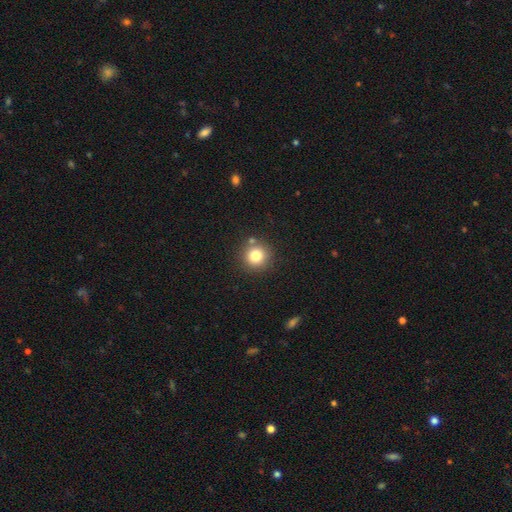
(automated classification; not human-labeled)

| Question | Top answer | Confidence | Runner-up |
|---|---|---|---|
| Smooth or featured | smooth | 80% | star or artifact (12%) |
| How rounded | round | 93% | in between (6%) |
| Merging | none | 82% | minor disturbance (8%) |